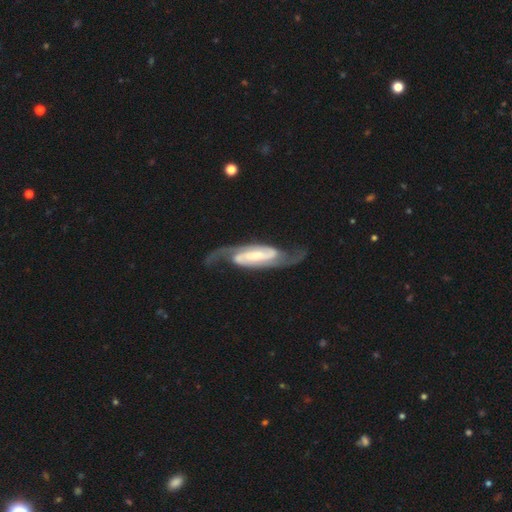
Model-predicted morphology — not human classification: The model was most divided on "bulge size": small: 35%, moderate: 25%, none: 23%, large: 14%, dominant: 3%. More confident: spiral arms — yes (98%); edge-on disk — no (93%); spiral arm count — 2 (93%); smooth or featured — featured or disk (90%); merging — none (73%); spiral winding — medium (51%); bar — strong (51%).